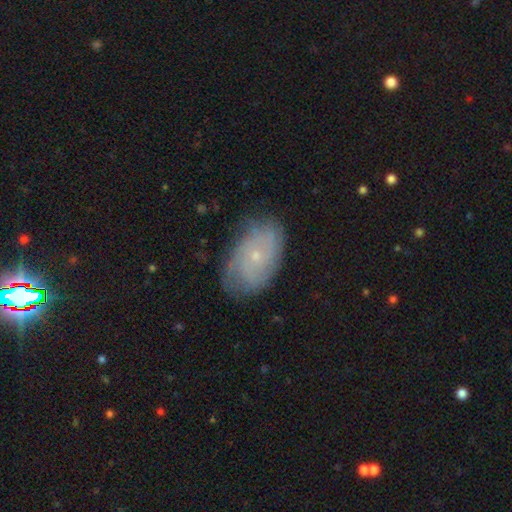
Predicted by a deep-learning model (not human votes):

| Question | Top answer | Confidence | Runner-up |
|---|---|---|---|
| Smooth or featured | featured or disk | 67% | smooth (25%) |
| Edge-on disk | no | 95% | yes (5%) |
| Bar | no | 82% | weak (16%) |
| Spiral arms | yes | 88% | no (12%) |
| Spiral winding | tight | 59% | medium (30%) |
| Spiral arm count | can't tell | 48% | 2 (15%) |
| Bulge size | small | 81% | moderate (15%) |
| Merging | none | 75% | minor disturbance (19%) |